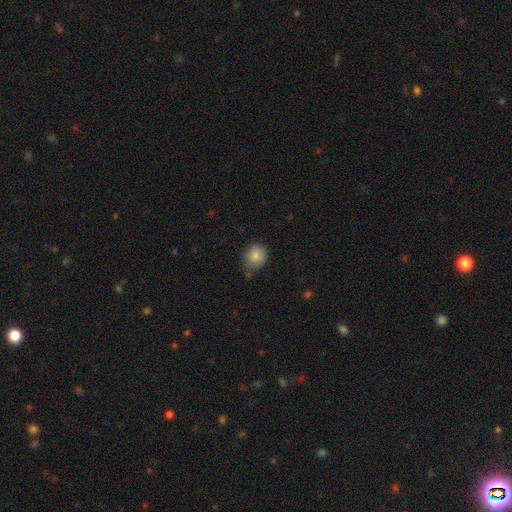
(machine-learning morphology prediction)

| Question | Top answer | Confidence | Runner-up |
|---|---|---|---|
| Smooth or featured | smooth | 85% | star or artifact (9%) |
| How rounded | round | 74% | in between (25%) |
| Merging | none | 63% | minor disturbance (27%) |